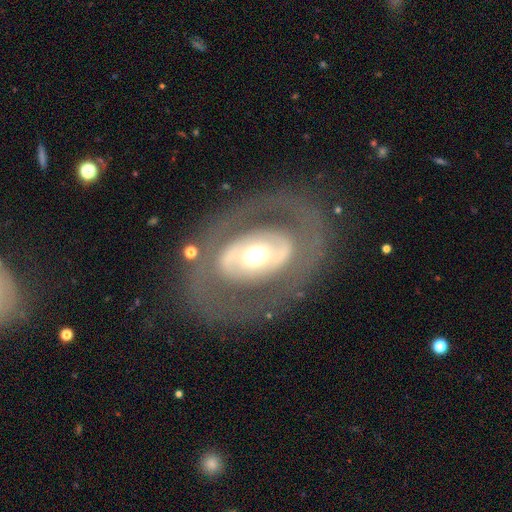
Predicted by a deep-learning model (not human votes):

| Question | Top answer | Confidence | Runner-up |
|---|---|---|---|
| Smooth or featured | featured or disk | 70% | smooth (25%) |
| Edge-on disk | no | 92% | yes (8%) |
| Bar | no | 63% | weak (19%) |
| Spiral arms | no | 74% | yes (26%) |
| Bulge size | moderate | 61% | large (24%) |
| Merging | none | 76% | major disturbance (11%) |